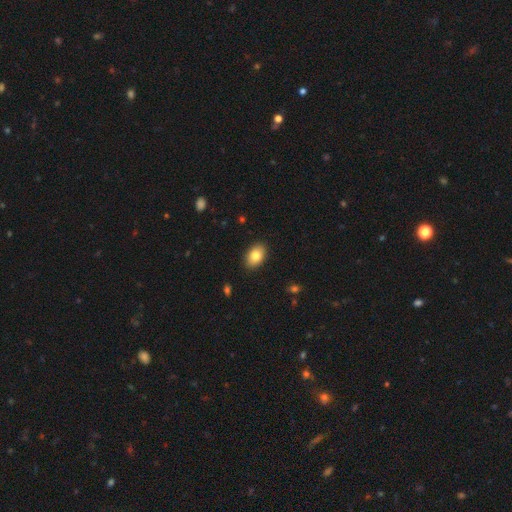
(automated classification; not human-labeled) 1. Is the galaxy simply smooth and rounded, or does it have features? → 83% smooth, 10% featured or disk, 8% star or artifact.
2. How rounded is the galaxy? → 87% in between, 12% round, 1% cigar-shaped.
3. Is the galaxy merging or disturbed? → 89% none, 8% minor disturbance, 2% major disturbance, 1% merger.